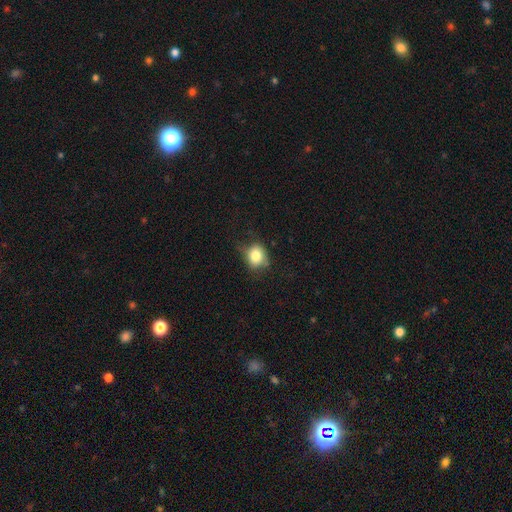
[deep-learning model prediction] Smooth or featured? Predicted: smooth (p=0.79). How rounded? Predicted: round (p=0.63). Merging? Predicted: none (p=0.60).